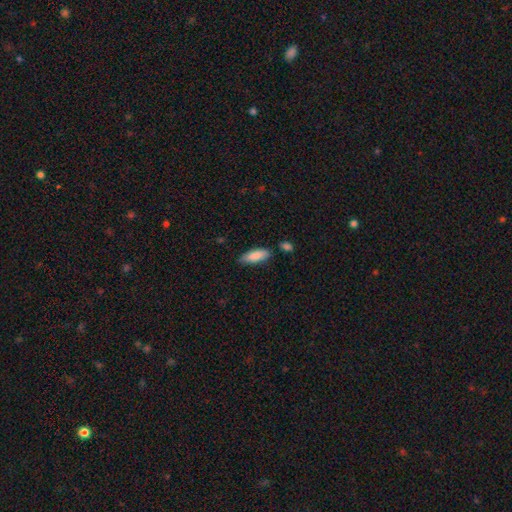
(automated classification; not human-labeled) Overall: smooth (86%). How rounded: in between (63%; cigar-shaped 36%). Merging: none (78%).